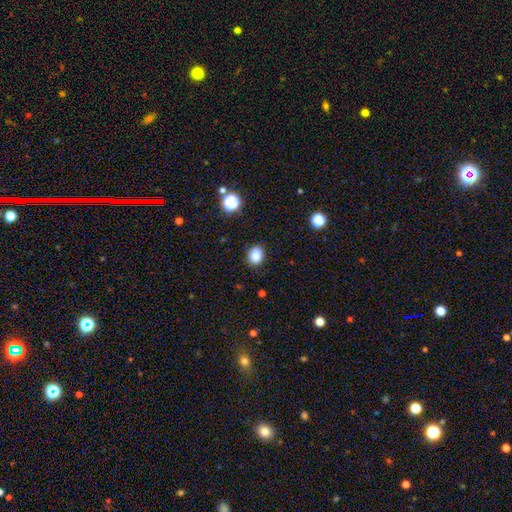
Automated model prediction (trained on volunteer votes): A smooth galaxy with no disk features (85%) that is round (53%).

Vote fractions:
- Smooth or featured? smooth: 85% / star or artifact: 11% / featured or disk: 4%
- How rounded? round: 53% / in between: 46% / cigar-shaped: 1%
- Merging? none: 87% / minor disturbance: 9% / major disturbance: 2% / merger: 1%